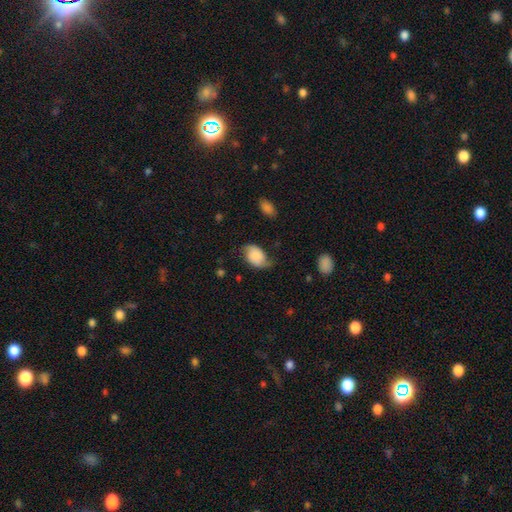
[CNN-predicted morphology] Smooth or featured?
  - smooth: 57% *
  - featured or disk: 34%
  - star or artifact: 9%
How rounded?
  - in between: 80% *
  - round: 19%
  - cigar-shaped: 1%
Merging?
  - none: 50% *
  - minor disturbance: 33%
  - major disturbance: 15%
  - merger: 2%